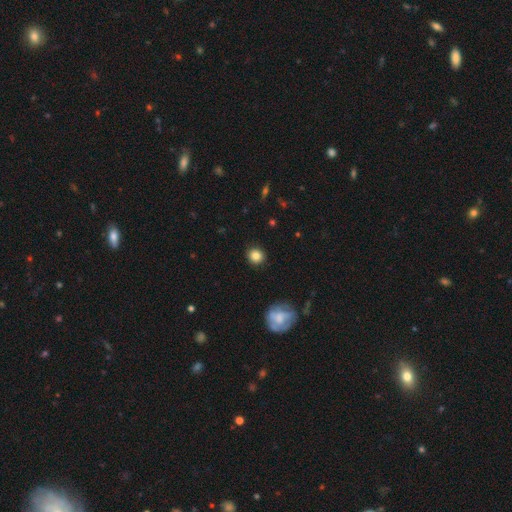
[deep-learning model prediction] Overall: smooth (83%). How rounded: round (88%). Merging: none (89%).